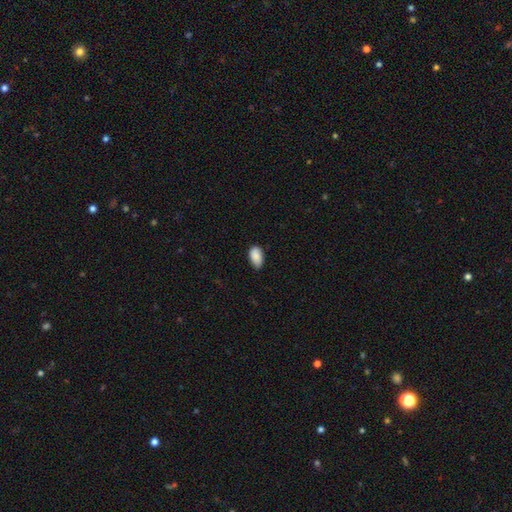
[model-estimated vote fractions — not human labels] The model was most divided on "merging": none: 73%, minor disturbance: 23%, major disturbance: 3%, merger: 1%. More confident: how rounded — in between (94%); smooth or featured — smooth (88%).